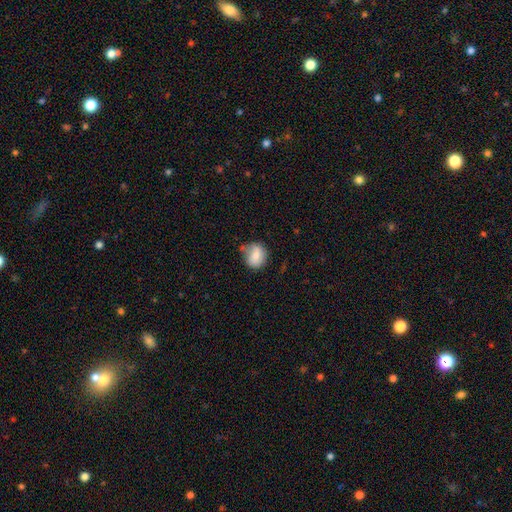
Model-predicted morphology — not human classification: A smooth galaxy with no disk features (77%) that is round (70%). Merging: none (59%).